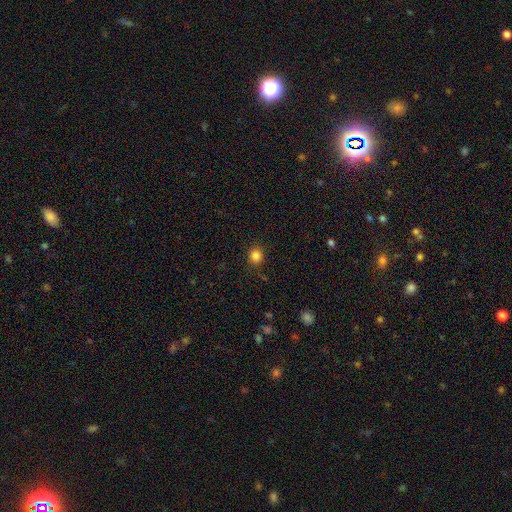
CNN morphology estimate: The model was most divided on "how rounded": round: 84%, in between: 15%, cigar-shaped: 1%. More confident: merging — none (87%); smooth or featured — smooth (84%).